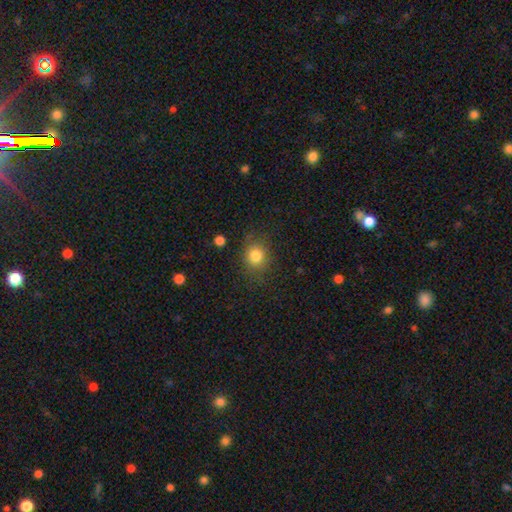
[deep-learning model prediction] Smooth or featured? Predicted: smooth (p=0.80). How rounded? Predicted: round (p=0.74). Merging? Predicted: none (p=0.81).